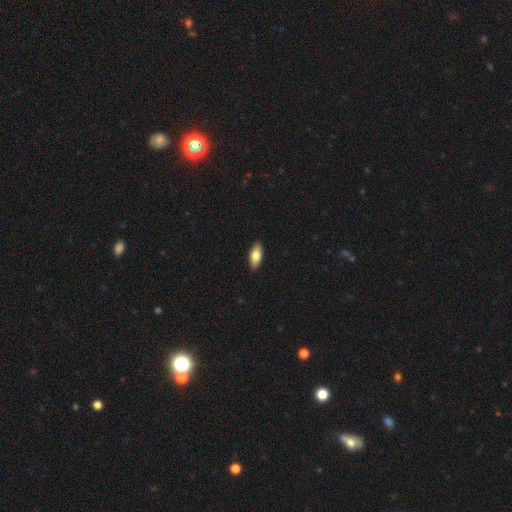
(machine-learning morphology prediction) Overall: smooth (78%). How rounded: in between (84%). Merging: none (90%).